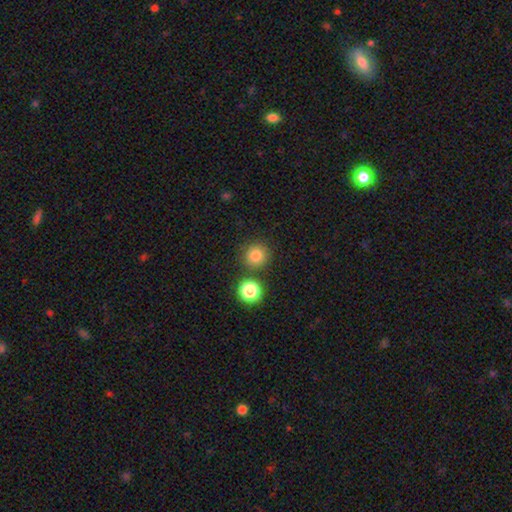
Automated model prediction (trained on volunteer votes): Smooth or featured?
  - smooth: 82% *
  - star or artifact: 13%
  - featured or disk: 5%
How rounded?
  - round: 93% *
  - in between: 6%
  - cigar-shaped: 1%
Merging?
  - none: 82% *
  - merger: 8%
  - minor disturbance: 8%
  - major disturbance: 3%